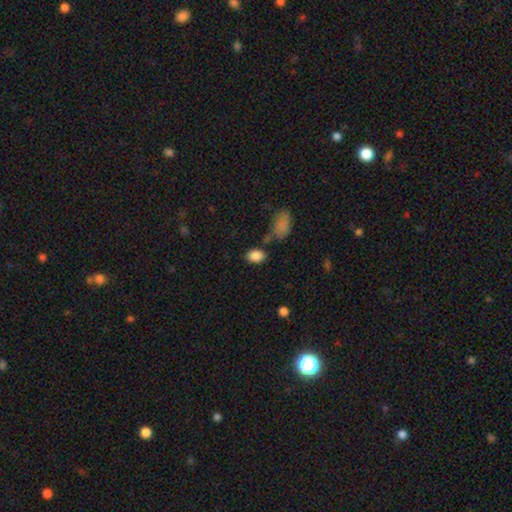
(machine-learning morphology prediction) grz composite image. It shows a smooth galaxy with no disk features (87%) that is in between round and cigar-shaped (81%). Merging: none (75%).